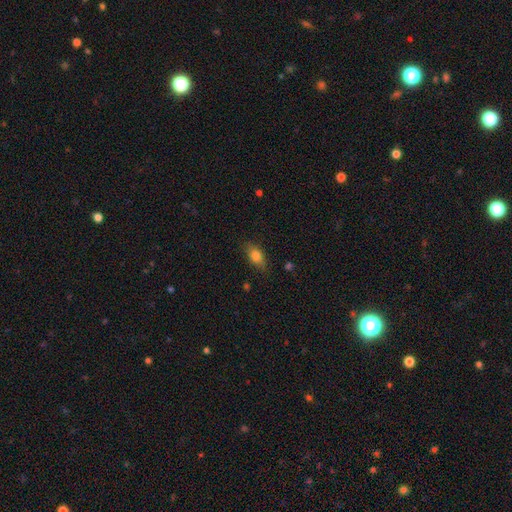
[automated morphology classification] smooth_or_featured: smooth (p=0.81) [alt: featured or disk p=0.10]
how_rounded: in between (p=0.83) [alt: round p=0.10]
merging: none (p=0.78) [alt: minor disturbance p=0.17]